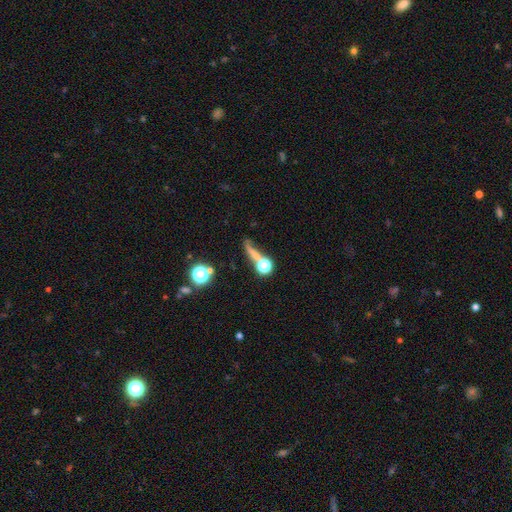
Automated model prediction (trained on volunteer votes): A smooth galaxy with no disk features (53%) that is cigar-shaped (40%, tied with round). Merging: none (41%).